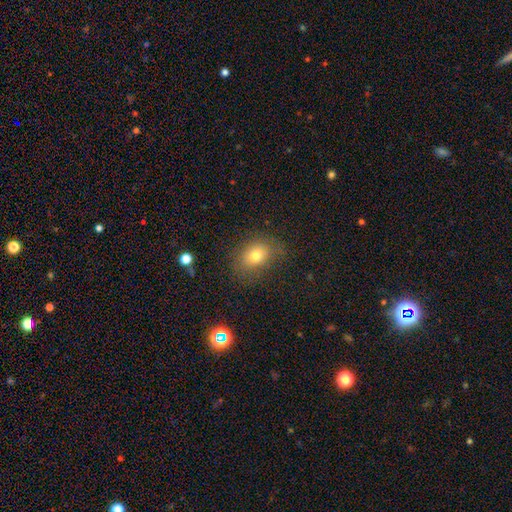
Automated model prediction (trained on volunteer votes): smooth_or_featured: smooth (p=0.74) [alt: star or artifact p=0.14]
how_rounded: in between (p=0.58) [alt: round p=0.40]
merging: none (p=0.75) [alt: minor disturbance p=0.17]